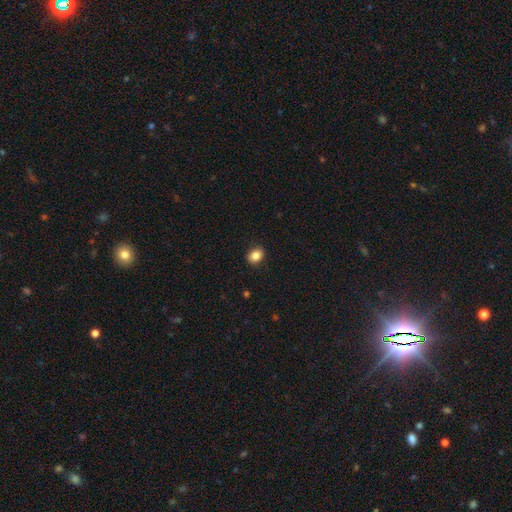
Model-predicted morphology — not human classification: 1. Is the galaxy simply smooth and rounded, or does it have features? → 86% smooth, 9% star or artifact, 5% featured or disk.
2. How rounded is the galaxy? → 59% in between, 40% round, 1% cigar-shaped.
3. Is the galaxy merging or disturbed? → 89% none, 8% minor disturbance, 2% major disturbance, 1% merger.